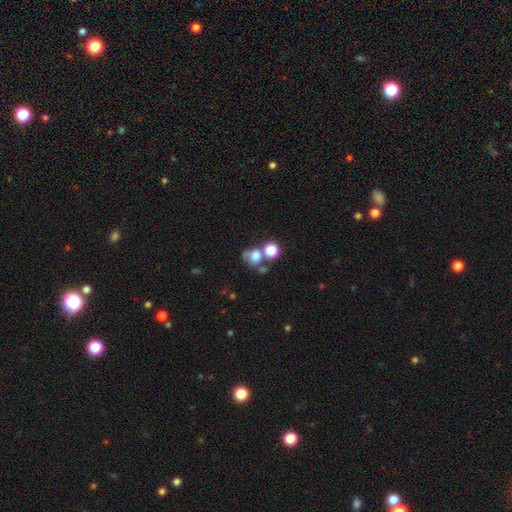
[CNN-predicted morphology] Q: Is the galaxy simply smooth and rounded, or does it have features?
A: smooth — 69%.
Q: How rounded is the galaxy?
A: round — 71%.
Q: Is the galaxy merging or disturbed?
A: merger — 40%.